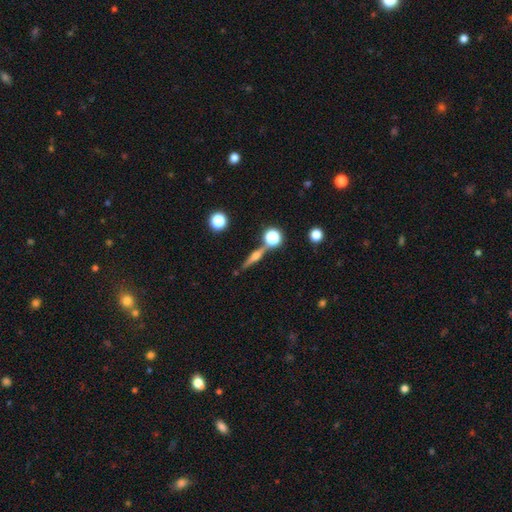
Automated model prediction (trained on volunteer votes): A featured or disk galaxy (68%) viewed edge-on (96%) with a rounded central bulge (91%). Merging: none (79%).